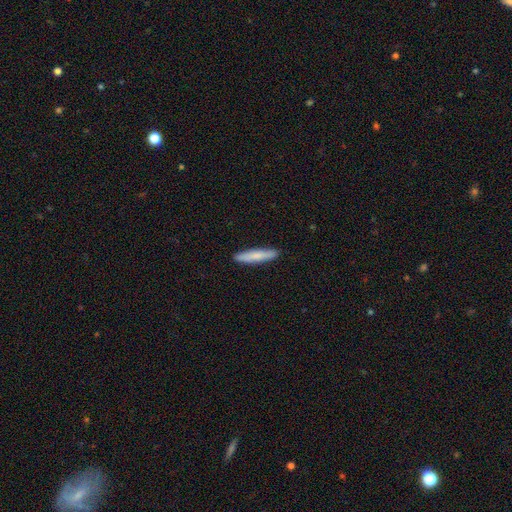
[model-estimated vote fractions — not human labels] smooth_or_featured: smooth (p=0.77) [alt: featured or disk p=0.18]
how_rounded: cigar-shaped (p=0.91) [alt: in between p=0.07]
merging: none (p=0.91) [alt: minor disturbance p=0.06]